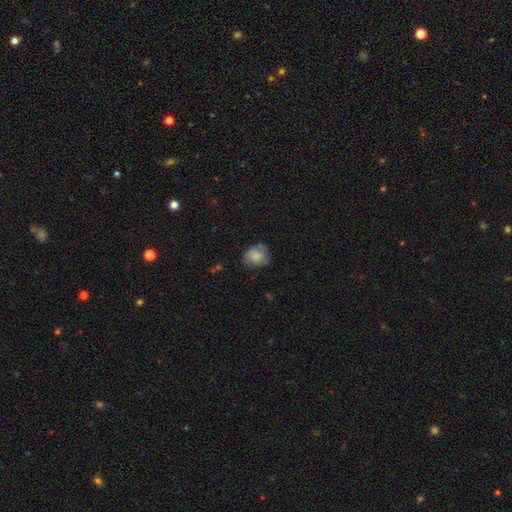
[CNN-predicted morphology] Smooth or featured? smooth (75%)
How rounded? round (70%)
Merging? none (61%)